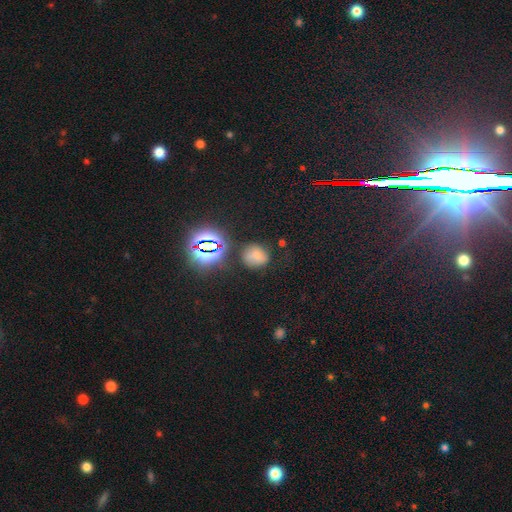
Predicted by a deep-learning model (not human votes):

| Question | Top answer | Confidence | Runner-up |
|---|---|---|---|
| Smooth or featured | smooth | 65% | star or artifact (24%) |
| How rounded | round | 76% | in between (22%) |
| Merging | none | 70% | minor disturbance (17%) |